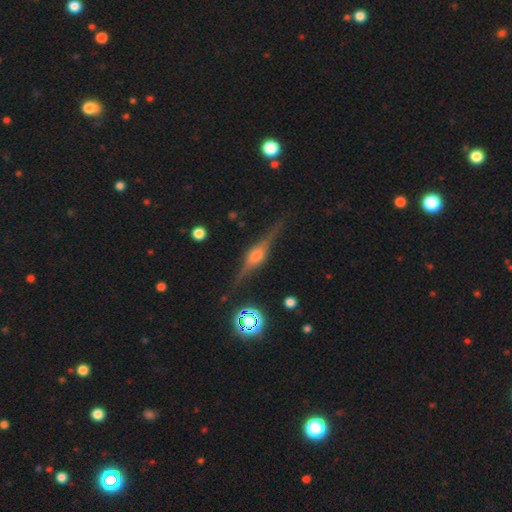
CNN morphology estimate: The model was most divided on "smooth or featured": featured or disk: 82%, smooth: 10%, star or artifact: 8%. More confident: edge-on disk — yes (97%); merging — none (86%); edge-on bulge — rounded (86%).